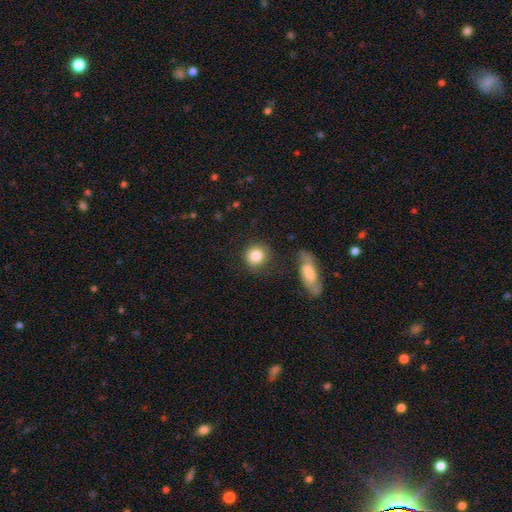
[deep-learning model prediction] Overall: smooth (84%). How rounded: round (85%). Merging: none (72%).